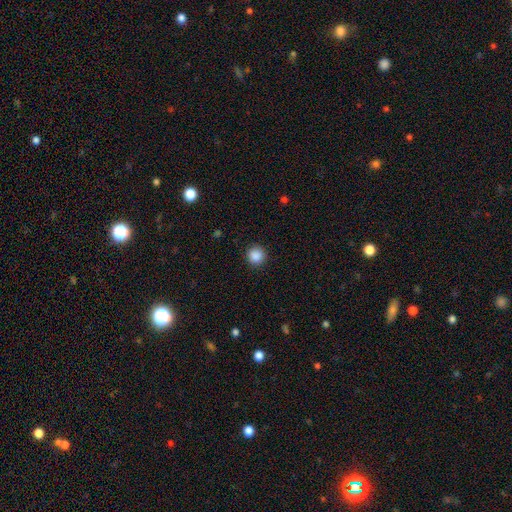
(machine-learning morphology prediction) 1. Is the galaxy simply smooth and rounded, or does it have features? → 88% smooth, 10% star or artifact, 3% featured or disk.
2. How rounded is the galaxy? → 95% round, 4% in between, 1% cigar-shaped.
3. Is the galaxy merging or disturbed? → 91% none, 6% minor disturbance, 2% major disturbance, 1% merger.